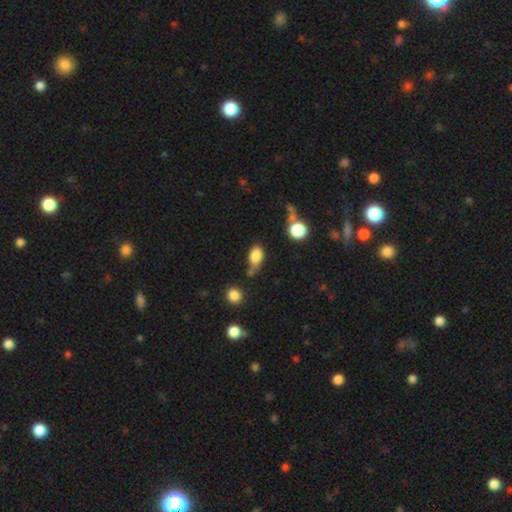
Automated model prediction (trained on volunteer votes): This appears to be a smooth galaxy with no disk features (82%) that is in between round and cigar-shaped (82%). Merging: none (46%).